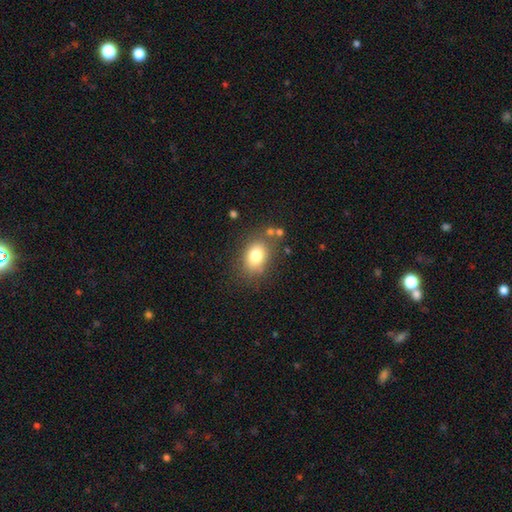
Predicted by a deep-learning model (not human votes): smooth_or_featured: smooth (p=0.79) [alt: featured or disk p=0.11]
how_rounded: in between (p=0.70) [alt: round p=0.29]
merging: none (p=0.74) [alt: minor disturbance p=0.15]